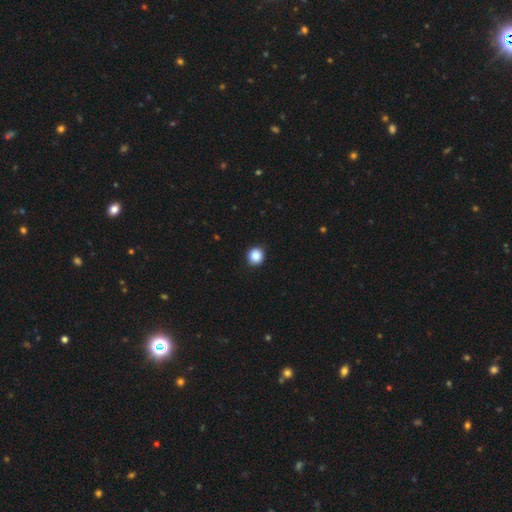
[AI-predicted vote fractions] smooth 88%, star or artifact 9%, featured or disk 3%. Down the decision tree: how rounded — round (90%); merging — none (91%).